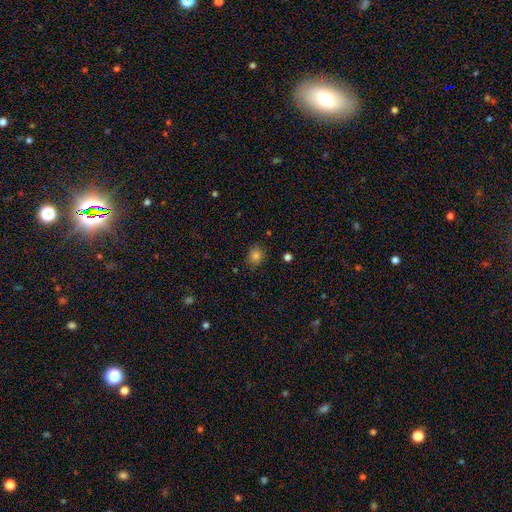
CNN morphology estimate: A smooth galaxy with no disk features (81%) that is round (69%).

Vote fractions:
- Smooth or featured? smooth: 81% / star or artifact: 13% / featured or disk: 6%
- How rounded? round: 69% / in between: 30% / cigar-shaped: 1%
- Merging? none: 84% / minor disturbance: 12% / major disturbance: 3% / merger: 2%